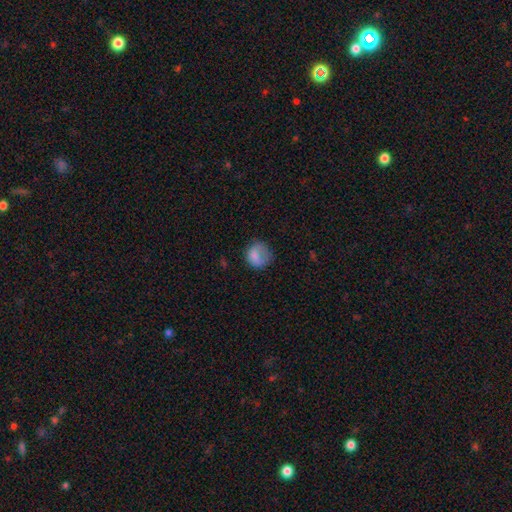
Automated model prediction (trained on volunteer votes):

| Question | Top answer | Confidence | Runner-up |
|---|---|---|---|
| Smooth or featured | smooth | 78% | featured or disk (13%) |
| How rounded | round | 73% | in between (26%) |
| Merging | none | 51% | minor disturbance (27%) |